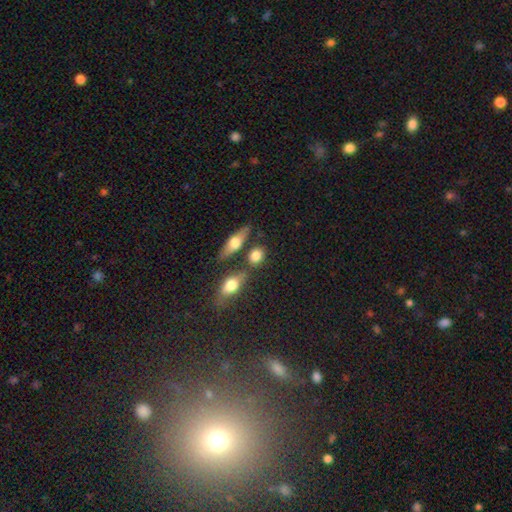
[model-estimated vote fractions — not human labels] Morphology: type=smooth (76%); roundness=in between (48%); merging=none (67%).